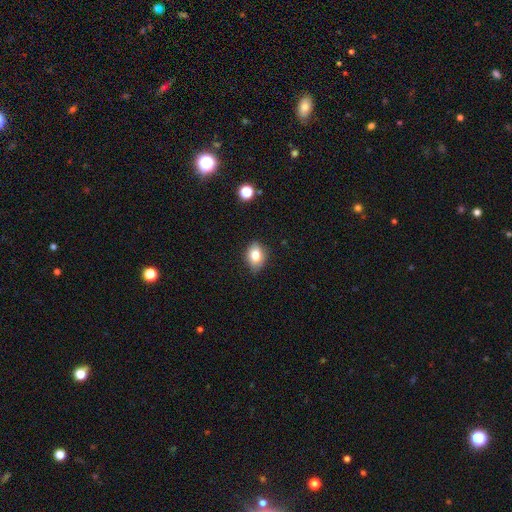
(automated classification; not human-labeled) Smooth or featured?
  - smooth: 79% *
  - featured or disk: 11%
  - star or artifact: 10%
How rounded?
  - in between: 66% *
  - round: 32%
  - cigar-shaped: 1%
Merging?
  - none: 78% *
  - minor disturbance: 18%
  - major disturbance: 3%
  - merger: 1%